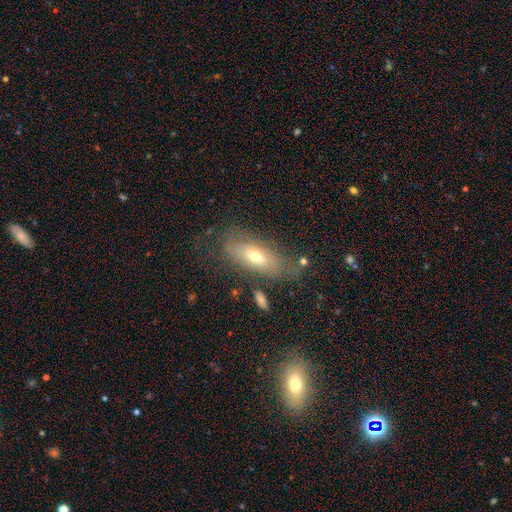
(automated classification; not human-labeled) smooth-or-featured: smooth: 53% | featured or disk: 38% | star or artifact: 9%
  how-rounded: in between: 73% | cigar-shaped: 23% | round: 4%
  merging: none: 66% | minor disturbance: 21% | major disturbance: 9% | merger: 4%